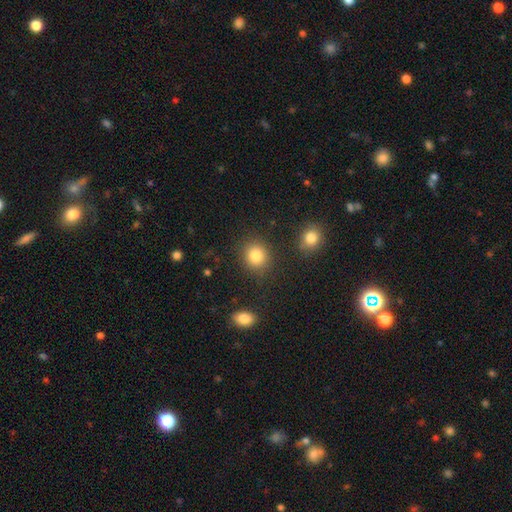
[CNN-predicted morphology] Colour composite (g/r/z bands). It shows a smooth galaxy with no disk features (84%) that is round (83%). Merging: none (86%).